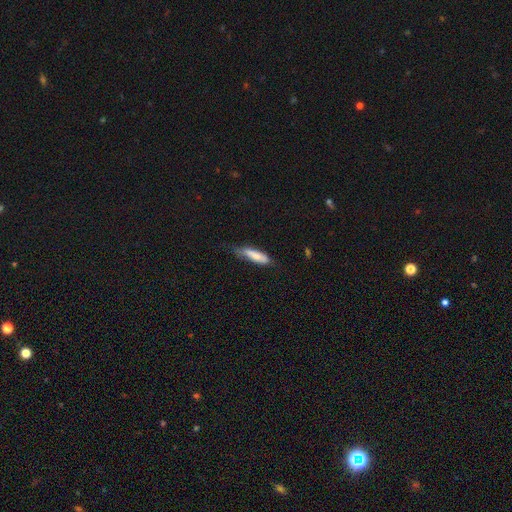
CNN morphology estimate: A smooth galaxy with no disk features (74%) that is cigar-shaped (67%).

Vote fractions:
- Smooth or featured? smooth: 74% / featured or disk: 19% / star or artifact: 6%
- How rounded? cigar-shaped: 67% / in between: 32% / round: 2%
- Merging? none: 51% / minor disturbance: 36% / major disturbance: 11% / merger: 2%